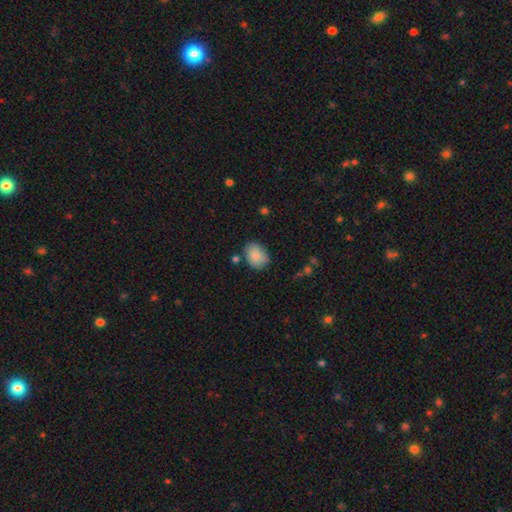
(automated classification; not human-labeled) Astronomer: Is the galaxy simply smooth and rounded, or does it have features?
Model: smooth — 85%.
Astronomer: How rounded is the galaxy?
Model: in between — 69%.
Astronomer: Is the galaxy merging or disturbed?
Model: none — 75%.